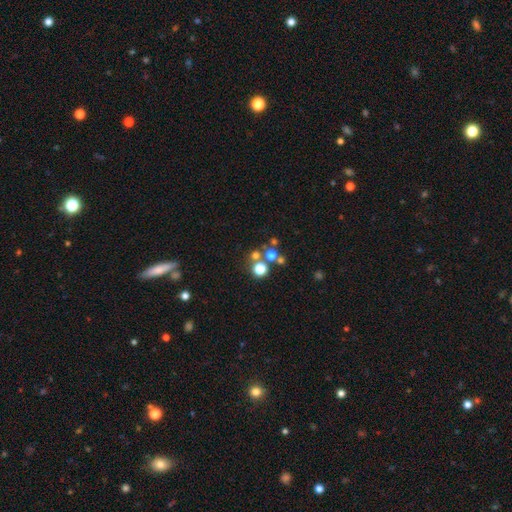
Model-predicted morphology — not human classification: Q: Smooth or featured?
A: smooth (60%); runner-up: star or artifact (28%)
Q: How rounded?
A: round (91%); runner-up: in between (8%)
Q: Merging?
A: none (65%); runner-up: merger (25%)